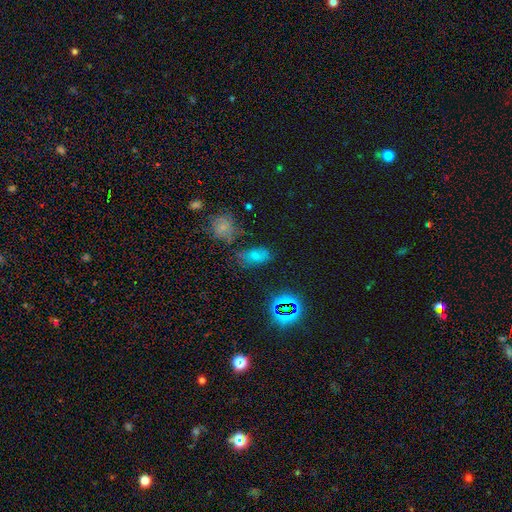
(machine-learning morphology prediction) Smooth or featured: star or artifact — 45% (smooth — 39%)